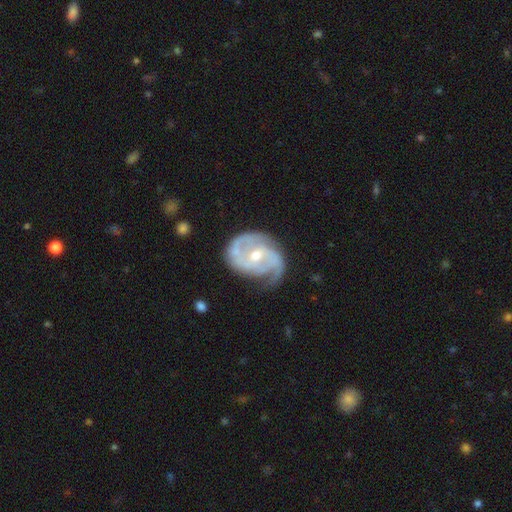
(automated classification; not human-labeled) Smooth or featured? featured or disk (88%)
Edge-on disk? no (98%)
Bar? weak (43%)
Spiral arms? yes (95%)
Spiral winding? medium (47%)
Spiral arm count? 2 (64%)
Bulge size? moderate (52%)
Merging? none (54%)